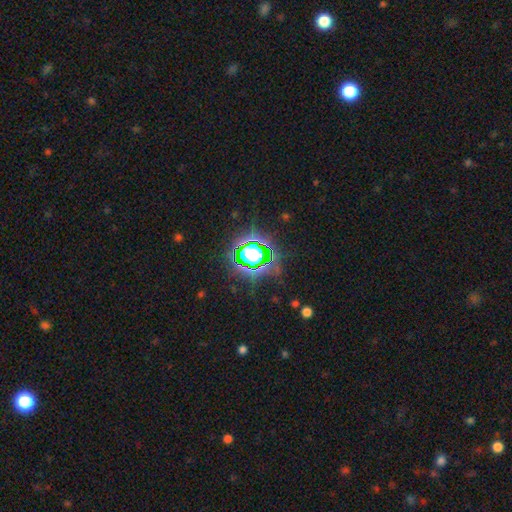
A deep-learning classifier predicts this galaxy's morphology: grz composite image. It shows a star or artifact, not a galaxy (73%).